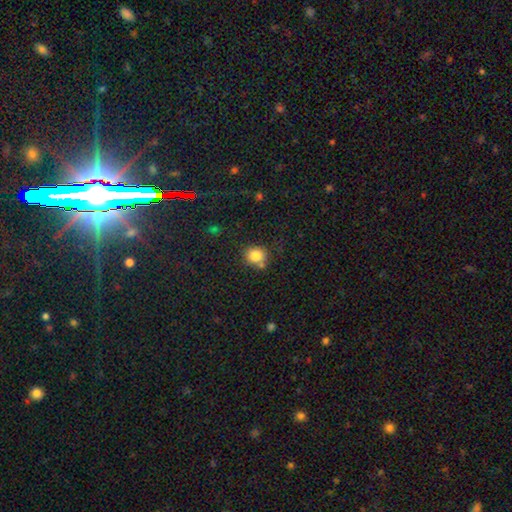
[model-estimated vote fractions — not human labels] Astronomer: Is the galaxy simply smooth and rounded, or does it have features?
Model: smooth — 83%.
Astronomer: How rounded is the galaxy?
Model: round — 81%.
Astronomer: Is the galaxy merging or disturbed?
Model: none — 66%.